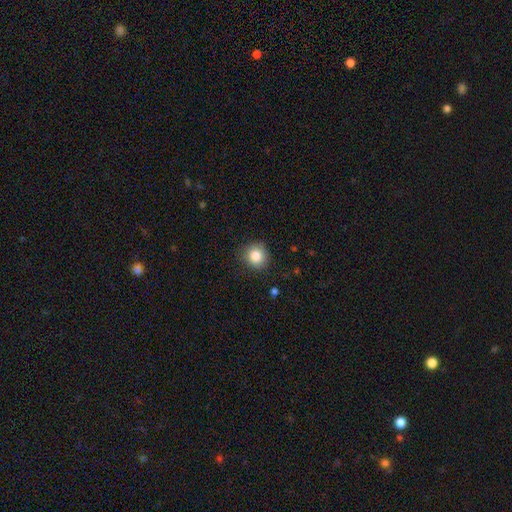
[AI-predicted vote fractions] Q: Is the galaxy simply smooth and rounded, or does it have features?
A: smooth — 83%.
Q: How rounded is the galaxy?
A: round — 89%.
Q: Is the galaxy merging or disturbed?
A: none — 86%.